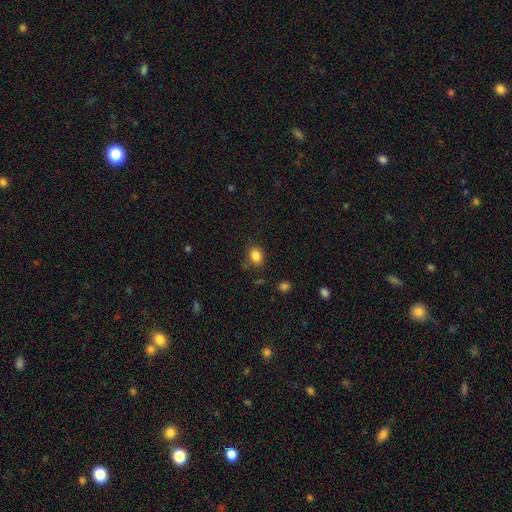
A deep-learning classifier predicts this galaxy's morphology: This is clearly a smooth galaxy (85%). How rounded: possibly in between (59%). Merging: likely none (77%).